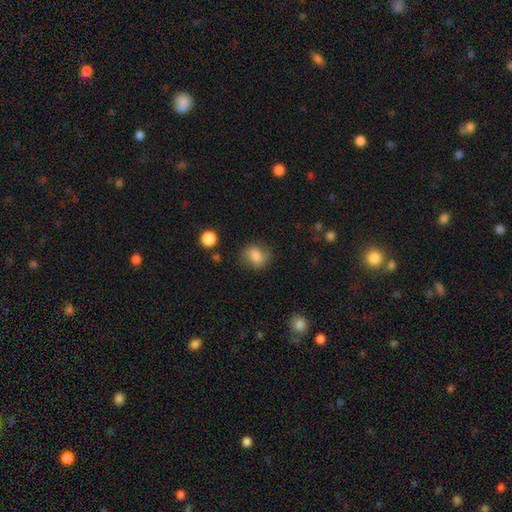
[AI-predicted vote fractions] smooth 77%, featured or disk 13%, star or artifact 10%. Down the decision tree: how rounded — round (58%); merging — none (74%).